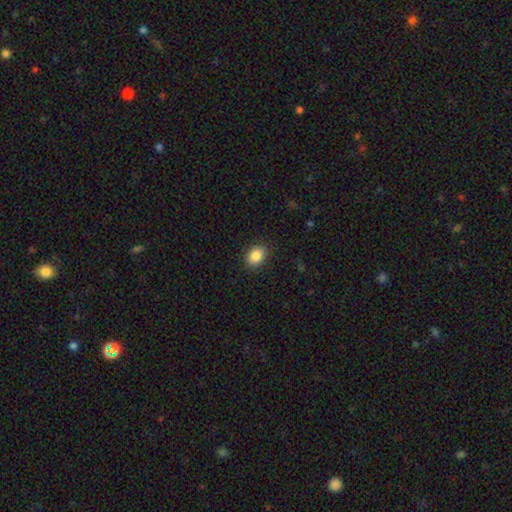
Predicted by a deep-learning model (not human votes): Smooth or featured? Predicted: smooth (p=0.87). How rounded? Predicted: in between (p=0.65). Merging? Predicted: none (p=0.88).